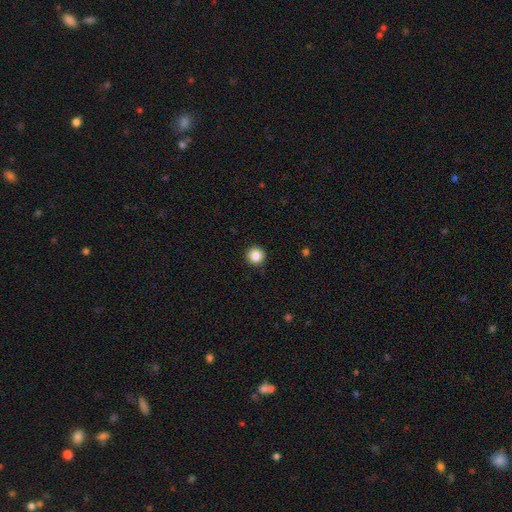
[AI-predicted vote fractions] smooth 86%, star or artifact 10%, featured or disk 5%. Down the decision tree: how rounded — round (96%); merging — none (92%).